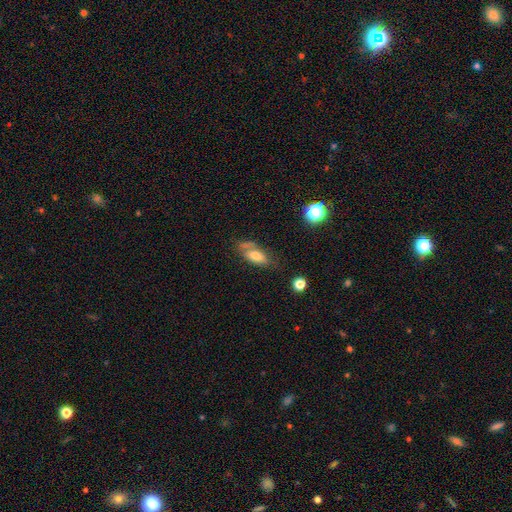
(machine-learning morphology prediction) Smooth or featured?
  - smooth: 64% *
  - featured or disk: 27%
  - star or artifact: 9%
How rounded?
  - in between: 81% *
  - cigar-shaped: 15%
  - round: 4%
Merging?
  - none: 50% *
  - minor disturbance: 28%
  - major disturbance: 14%
  - merger: 8%